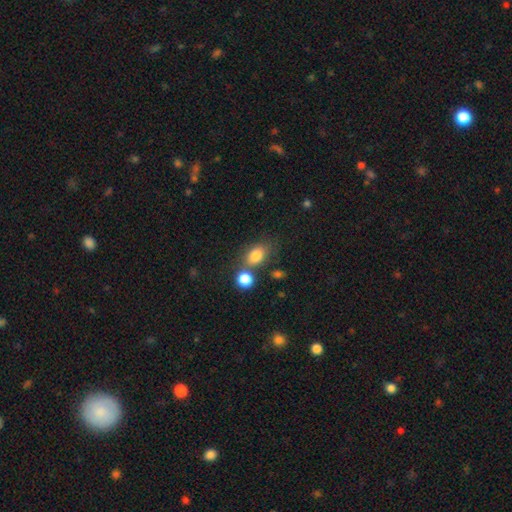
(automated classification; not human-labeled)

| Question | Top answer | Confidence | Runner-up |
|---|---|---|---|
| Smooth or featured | smooth | 81% | star or artifact (11%) |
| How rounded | in between | 73% | round (25%) |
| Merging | none | 57% | merger (24%) |